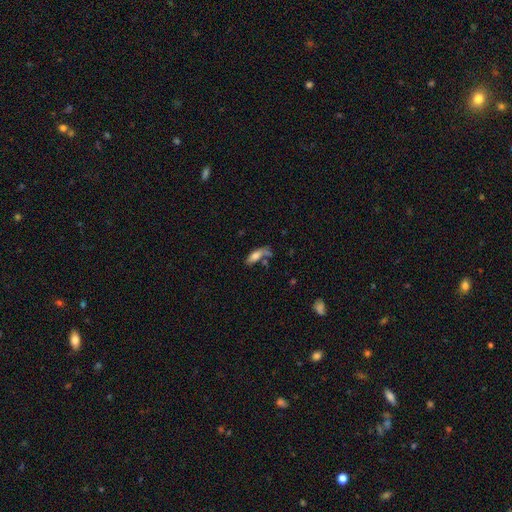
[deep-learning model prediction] Q: Smooth or featured?
A: smooth (73%); runner-up: featured or disk (18%)
Q: How rounded?
A: in between (68%); runner-up: cigar-shaped (30%)
Q: Merging?
A: none (45%); runner-up: merger (23%)